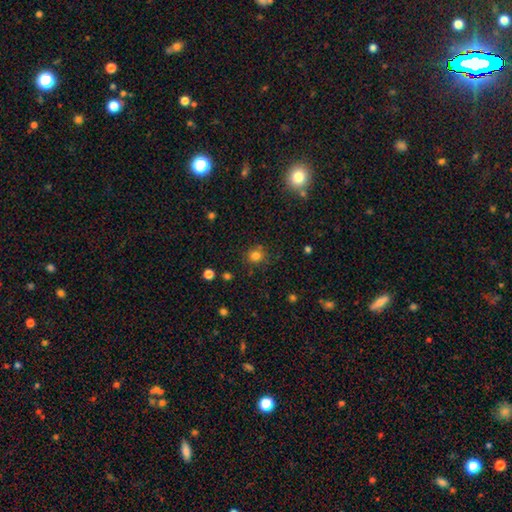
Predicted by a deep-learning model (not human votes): smooth 79%, star or artifact 15%, featured or disk 6%. Down the decision tree: how rounded — round (85%); merging — none (78%).